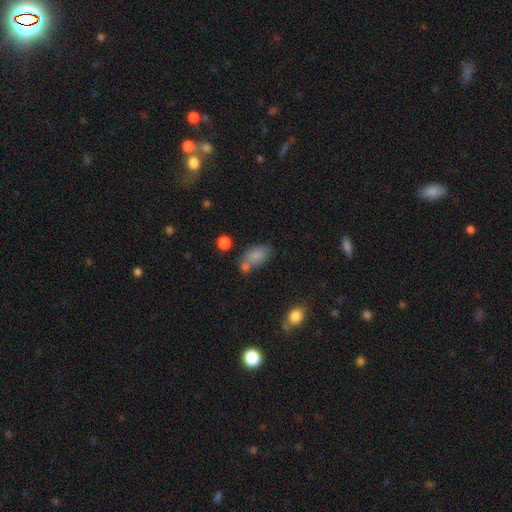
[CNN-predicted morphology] Smooth or featured? Predicted: smooth (p=0.81). How rounded? Predicted: in between (p=0.90). Merging? Predicted: none (p=0.46).